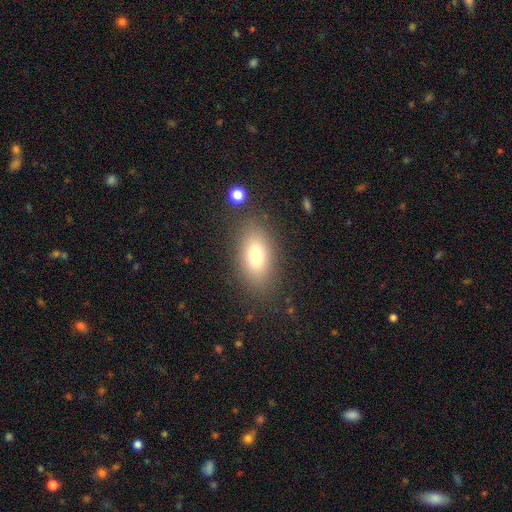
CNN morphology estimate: smooth-or-featured: smooth: 74% | featured or disk: 15% | star or artifact: 11%
  how-rounded: in between: 86% | round: 8% | cigar-shaped: 6%
  merging: none: 83% | minor disturbance: 10% | major disturbance: 4% | merger: 2%